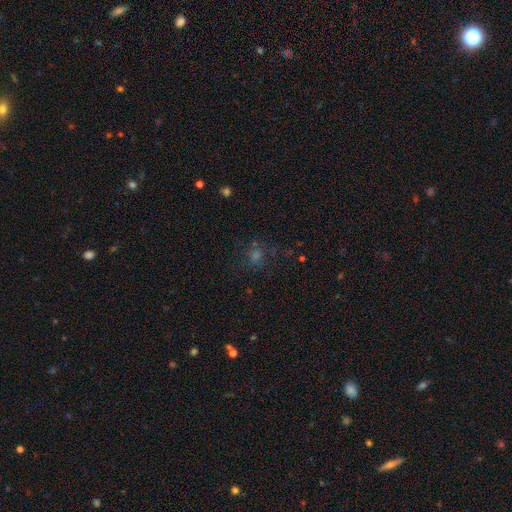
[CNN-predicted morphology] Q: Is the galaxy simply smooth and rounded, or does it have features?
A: smooth — 42%.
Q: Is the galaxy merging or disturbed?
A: none — 70%.